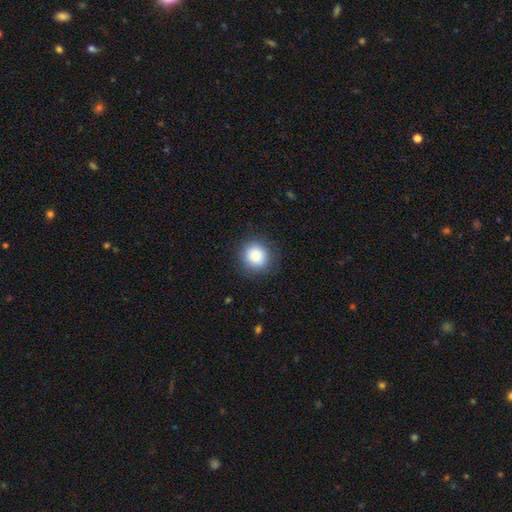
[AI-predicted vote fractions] This is clearly a smooth galaxy (86%). How rounded: clearly round (90%). Merging: clearly none (87%).